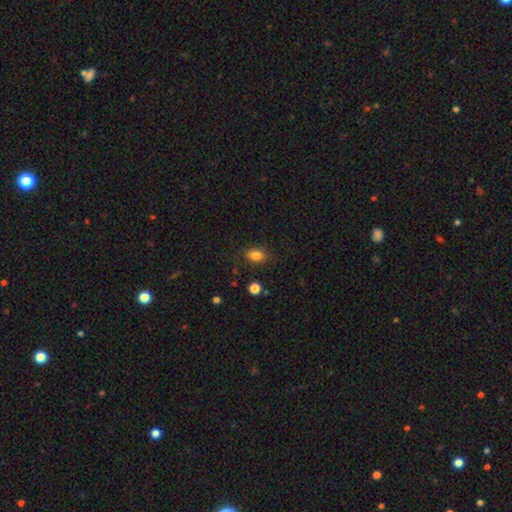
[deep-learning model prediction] Morphology: type=smooth (83%); roundness=in between (78%); merging=none (84%).